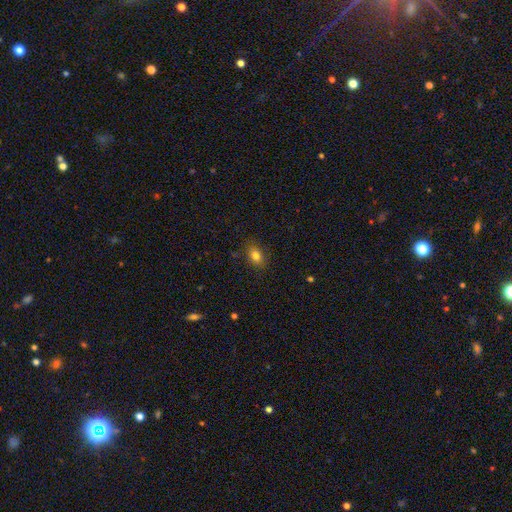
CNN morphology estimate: This is clearly a smooth galaxy (81%). How rounded: likely in between (78%). Merging: clearly none (85%).